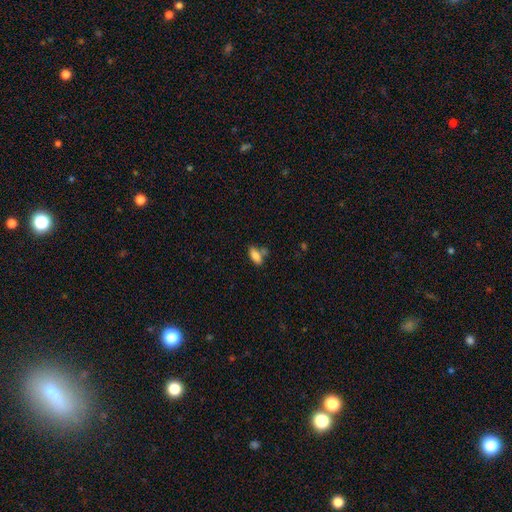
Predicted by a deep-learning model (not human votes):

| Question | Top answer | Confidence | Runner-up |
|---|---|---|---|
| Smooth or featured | smooth | 84% | star or artifact (8%) |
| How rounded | in between | 86% | cigar-shaped (11%) |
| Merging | none | 58% | merger (20%) |